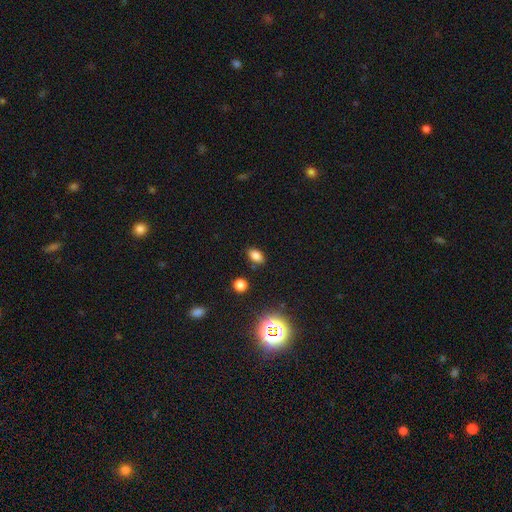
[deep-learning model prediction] Q: Smooth or featured?
A: smooth (77%); runner-up: star or artifact (16%)
Q: How rounded?
A: in between (85%); runner-up: round (12%)
Q: Merging?
A: none (83%); runner-up: minor disturbance (11%)